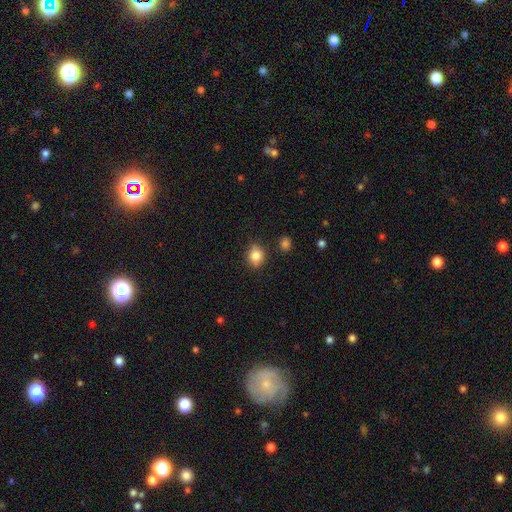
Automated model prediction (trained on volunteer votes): Q: Smooth or featured?
A: smooth (83%); runner-up: star or artifact (10%)
Q: How rounded?
A: round (64%); runner-up: in between (35%)
Q: Merging?
A: none (79%); runner-up: minor disturbance (14%)